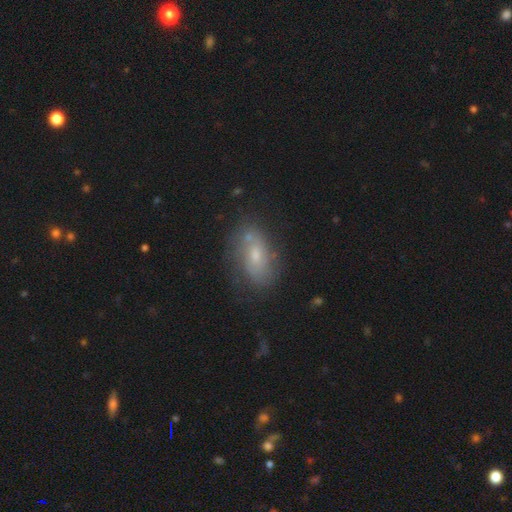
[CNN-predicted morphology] A featured or disk galaxy (55%) with no bar (60%), spiral arms (72%) and a small central bulge (51%). Merging: none (67%).